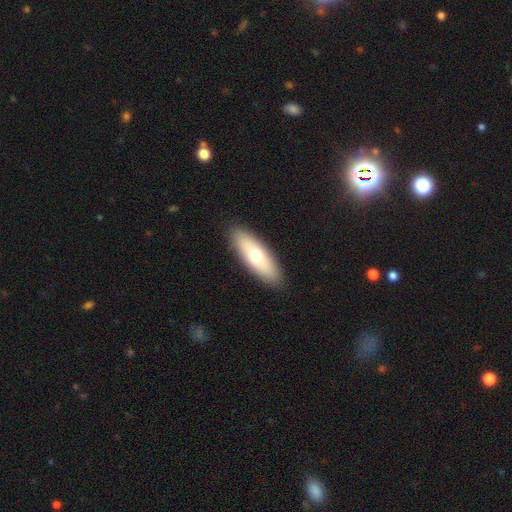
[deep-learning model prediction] The model was most divided on "how rounded": in between: 63%, cigar-shaped: 34%, round: 3%. More confident: merging — none (89%); smooth or featured — smooth (65%).